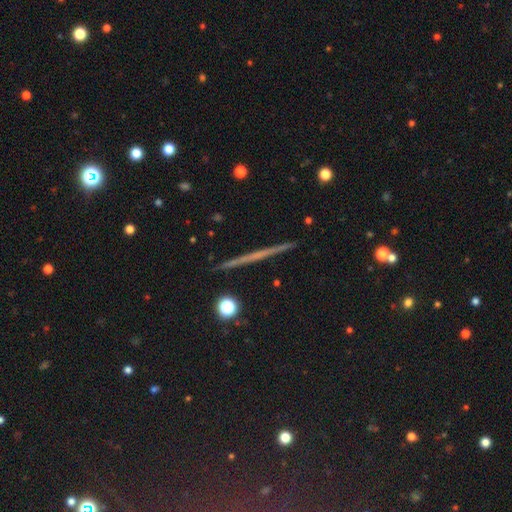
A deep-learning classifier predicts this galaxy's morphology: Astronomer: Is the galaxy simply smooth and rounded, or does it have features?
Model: featured or disk — 59%.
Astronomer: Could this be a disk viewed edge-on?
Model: yes — 98%.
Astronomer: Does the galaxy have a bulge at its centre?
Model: none — 75%.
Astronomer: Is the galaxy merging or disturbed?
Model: none — 92%.